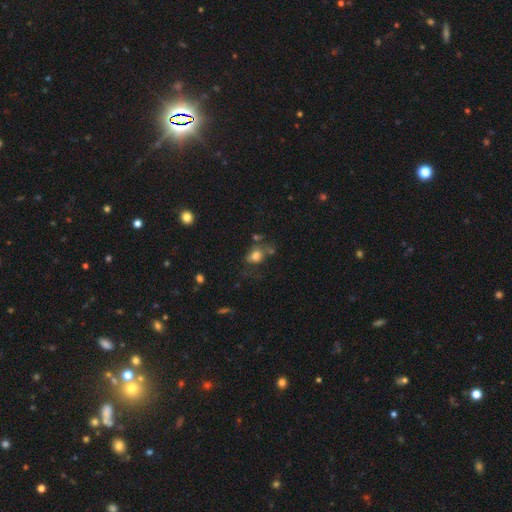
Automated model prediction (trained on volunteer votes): smooth_or_featured: smooth (p=0.72) [alt: featured or disk p=0.16]
how_rounded: round (p=0.50) [alt: in between p=0.49]
merging: none (p=0.46) [alt: minor disturbance p=0.23]